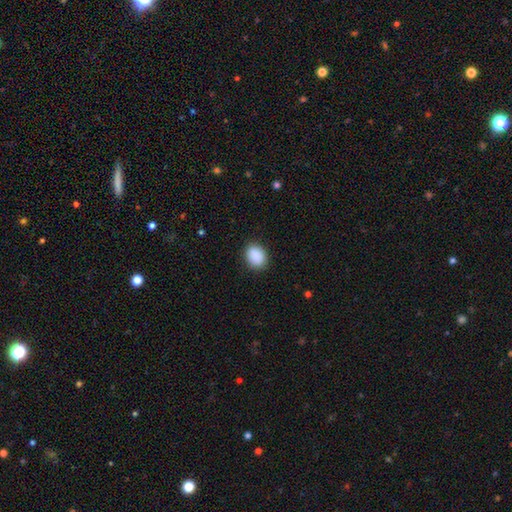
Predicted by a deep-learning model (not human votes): This appears to be a smooth galaxy with no disk features (90%) that is in between round and cigar-shaped (60%). Merging: none (88%).